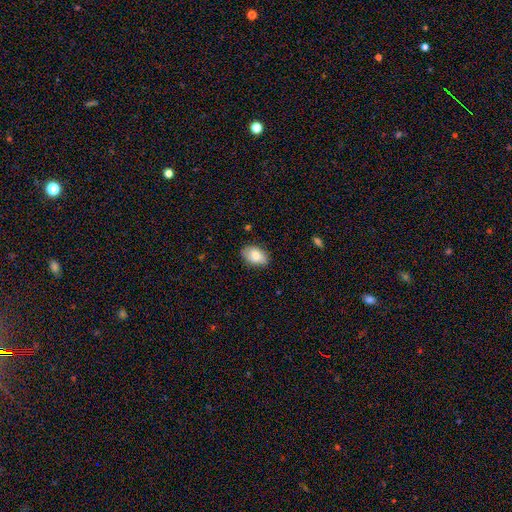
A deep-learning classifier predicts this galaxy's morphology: Smooth or featured? smooth (76%)
How rounded? in between (89%)
Merging? none (77%)